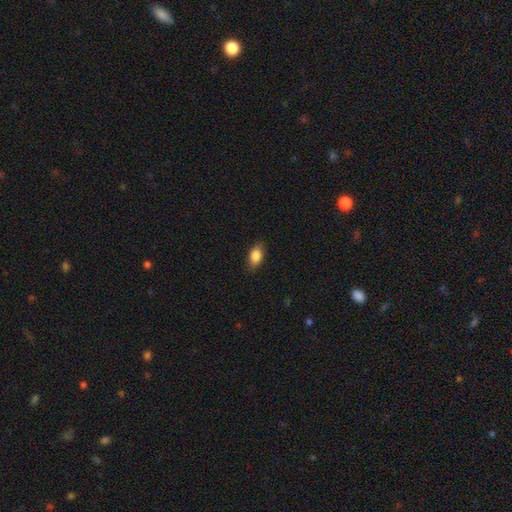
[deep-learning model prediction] A smooth galaxy with no disk features (86%) that is in between round and cigar-shaped (88%).

Vote fractions:
- Smooth or featured? smooth: 86% / star or artifact: 7% / featured or disk: 7%
- How rounded? in between: 88% / round: 9% / cigar-shaped: 3%
- Merging? none: 84% / minor disturbance: 13% / major disturbance: 3% / merger: 1%